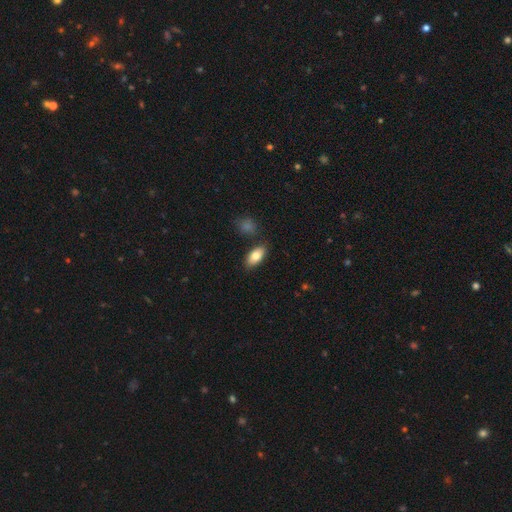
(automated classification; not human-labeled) A smooth galaxy with no disk features (80%) that is in between round and cigar-shaped (91%). Merging: none (83%).